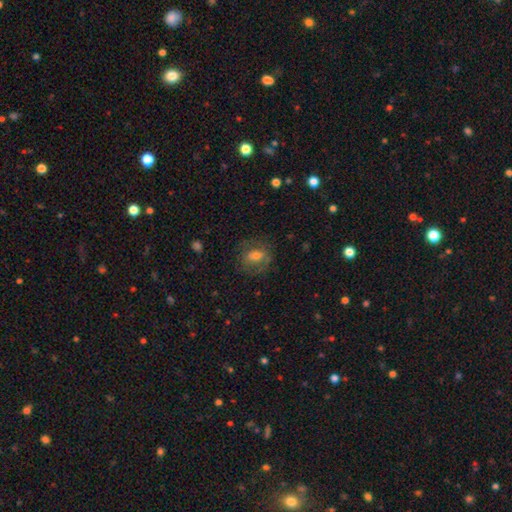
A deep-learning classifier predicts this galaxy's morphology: A smooth galaxy with no disk features (53%) that is in between round and cigar-shaped (52%). Merging: none (69%).